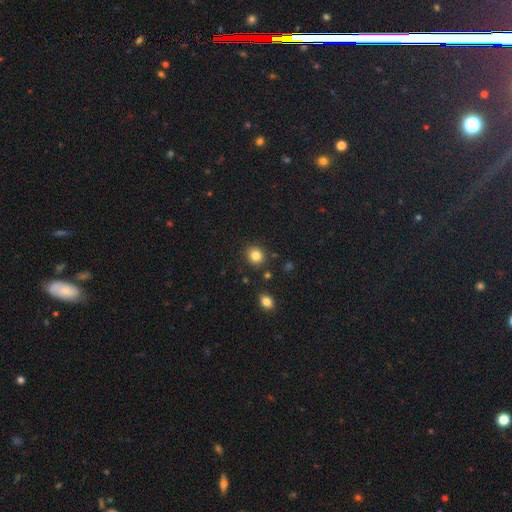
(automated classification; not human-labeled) This is clearly a smooth galaxy (83%). How rounded: likely round (77%). Merging: clearly none (87%).